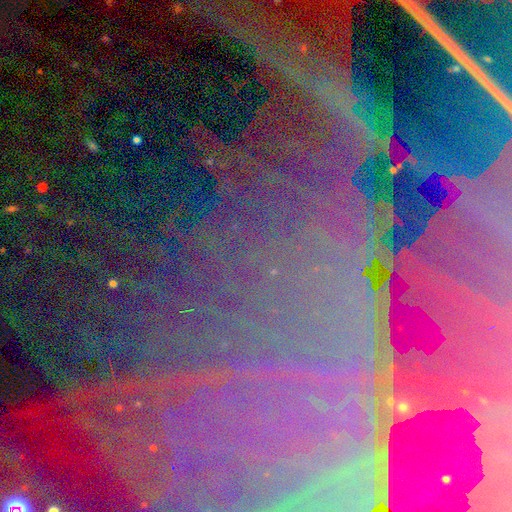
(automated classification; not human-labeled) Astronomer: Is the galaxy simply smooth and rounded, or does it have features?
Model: star or artifact — 80%.